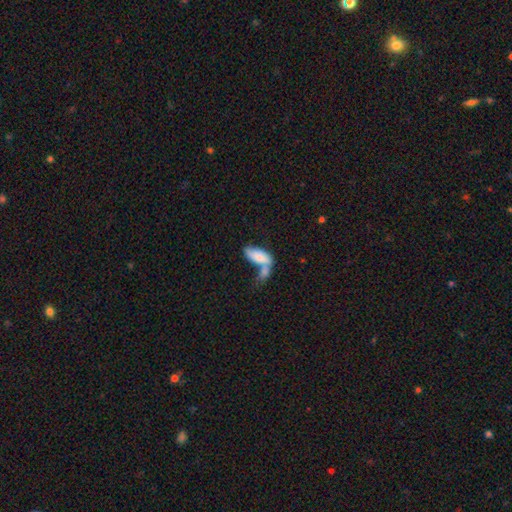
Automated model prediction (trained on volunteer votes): Q: Smooth or featured?
A: smooth (71%); runner-up: featured or disk (20%)
Q: How rounded?
A: in between (82%); runner-up: cigar-shaped (15%)
Q: Merging?
A: merger (60%); runner-up: none (19%)